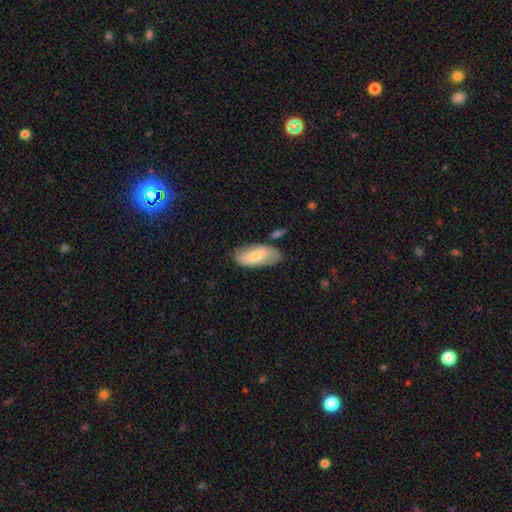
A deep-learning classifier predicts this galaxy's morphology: A smooth galaxy with no disk features (65%) that is in between round and cigar-shaped (91%).

Vote fractions:
- Smooth or featured? smooth: 65% / featured or disk: 29% / star or artifact: 6%
- How rounded? in between: 91% / cigar-shaped: 6% / round: 3%
- Merging? none: 67% / minor disturbance: 22% / merger: 6% / major disturbance: 5%